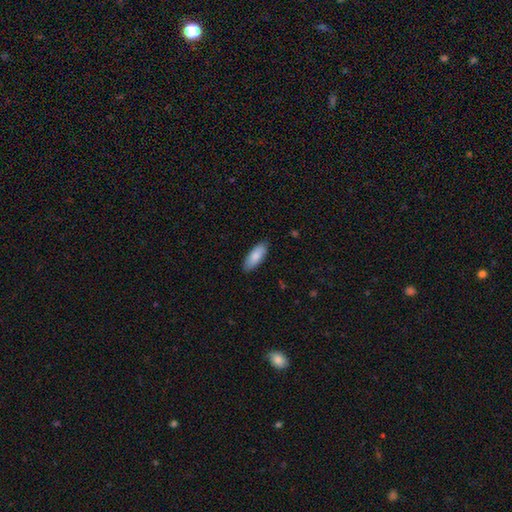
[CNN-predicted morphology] Smooth or featured? Predicted: smooth (p=0.85). How rounded? Predicted: in between (p=0.78). Merging? Predicted: none (p=0.87).